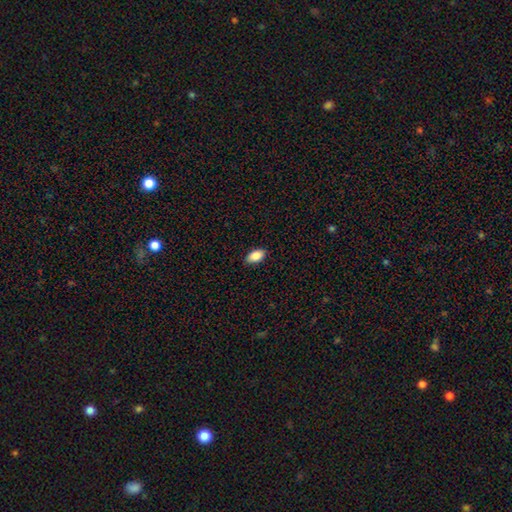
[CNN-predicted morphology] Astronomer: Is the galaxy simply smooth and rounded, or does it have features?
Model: smooth — 87%.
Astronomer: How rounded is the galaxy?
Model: in between — 93%.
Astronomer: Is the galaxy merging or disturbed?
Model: none — 88%.